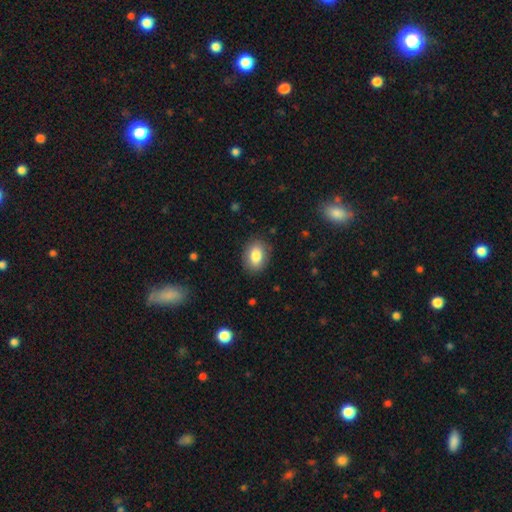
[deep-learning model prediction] Smooth or featured? smooth (83%)
How rounded? in between (78%)
Merging? none (85%)